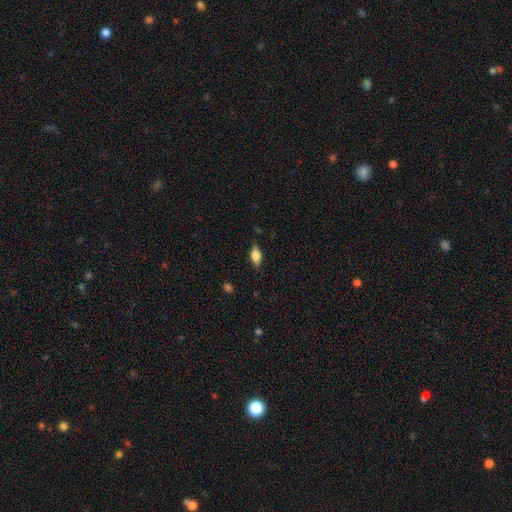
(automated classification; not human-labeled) smooth 68%, featured or disk 23%, star or artifact 8%. Down the decision tree: how rounded — in between (82%); merging — none (80%).